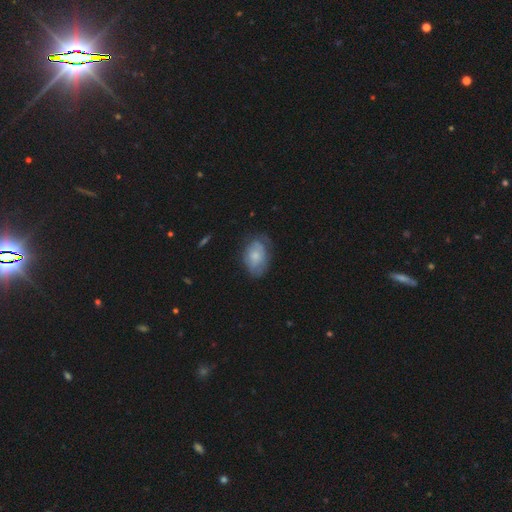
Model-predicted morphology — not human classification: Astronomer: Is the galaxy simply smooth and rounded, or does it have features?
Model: smooth — 60%.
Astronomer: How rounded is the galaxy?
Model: in between — 84%.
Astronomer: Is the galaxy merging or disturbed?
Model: none — 56%.